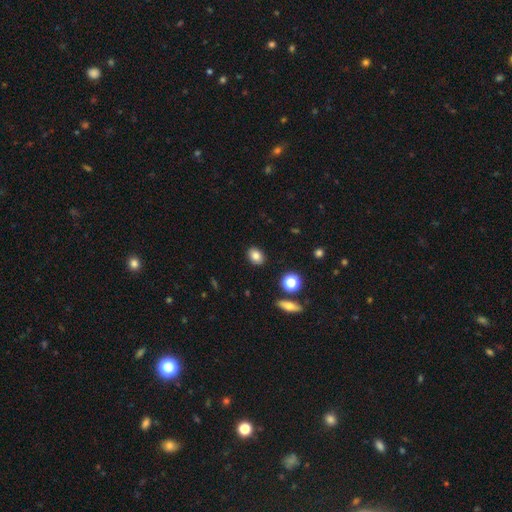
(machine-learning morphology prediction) This appears to be a smooth galaxy with no disk features (82%) that is in between round and cigar-shaped (65%). Merging: none (88%).